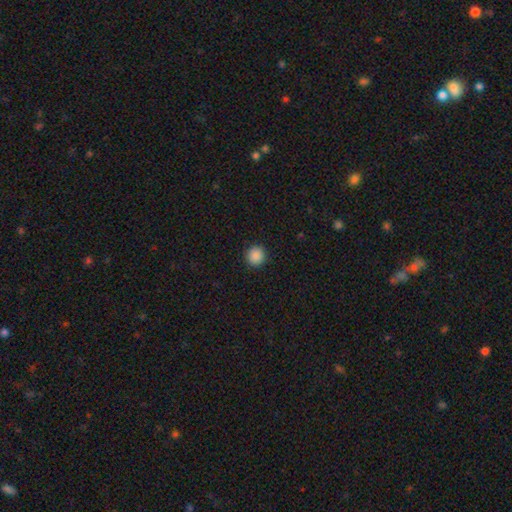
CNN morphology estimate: A smooth galaxy with no disk features (88%) that is round (94%). Merging: none (93%).